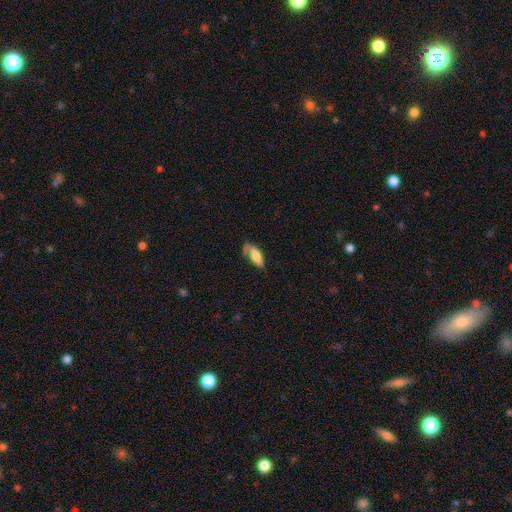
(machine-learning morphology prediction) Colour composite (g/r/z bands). It shows a smooth galaxy with no disk features (71%) that is in between round and cigar-shaped (74%). Merging: none (48%).